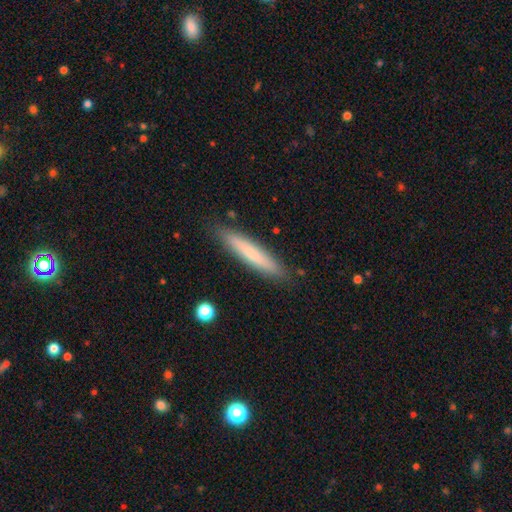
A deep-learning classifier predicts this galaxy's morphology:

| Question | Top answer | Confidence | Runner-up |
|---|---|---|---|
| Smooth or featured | smooth | 69% | featured or disk (24%) |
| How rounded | cigar-shaped | 93% | in between (6%) |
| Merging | none | 89% | minor disturbance (8%) |